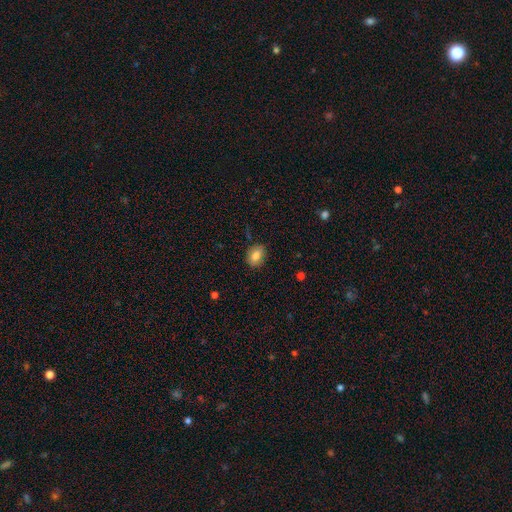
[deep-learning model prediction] smooth-or-featured: smooth: 82% | featured or disk: 10% | star or artifact: 9%
  how-rounded: in between: 63% | round: 36% | cigar-shaped: 1%
  merging: none: 84% | minor disturbance: 13% | major disturbance: 3% | merger: 1%